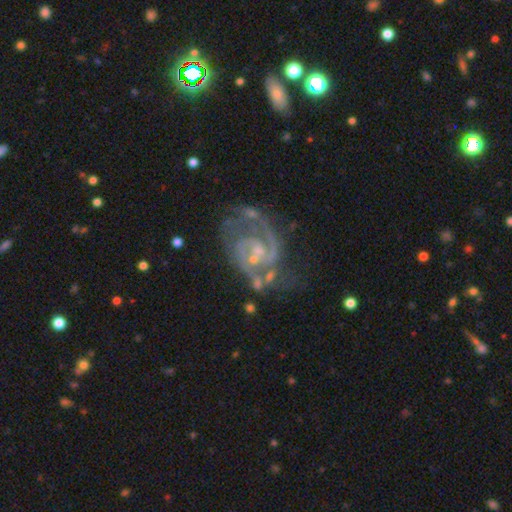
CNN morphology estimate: Smooth or featured? featured or disk (90%)
Edge-on disk? no (98%)
Bar? no (48%)
Spiral arms? yes (96%)
Spiral winding? medium (50%)
Spiral arm count? 2 (79%)
Bulge size? small (64%)
Merging? none (54%)